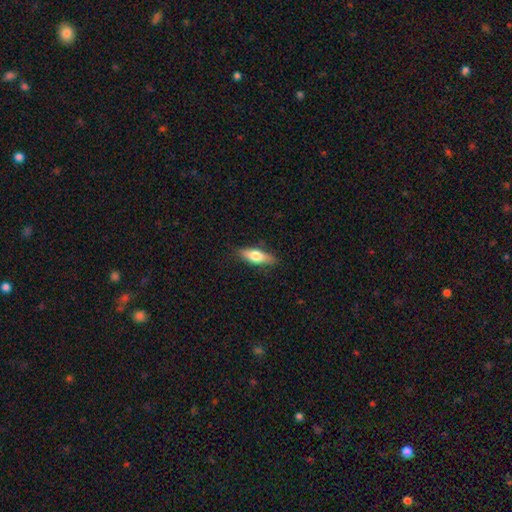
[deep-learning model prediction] A smooth galaxy with no disk features (66%) that is in between round and cigar-shaped (58%). Merging: none (83%).